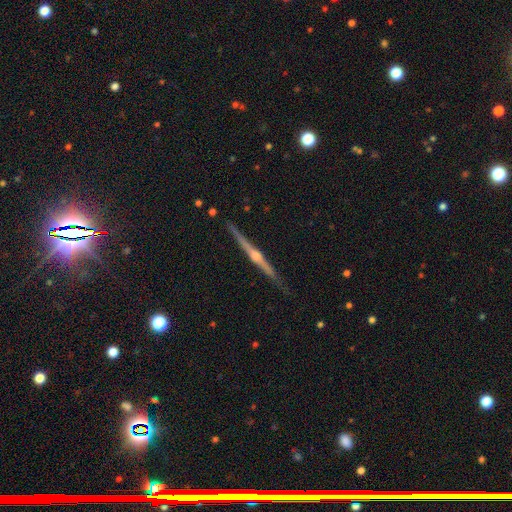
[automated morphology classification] Smooth or featured?
  - featured or disk: 86% *
  - smooth: 9%
  - star or artifact: 5%
Edge-on disk?
  - yes: 99% *
  - no: 1%
Edge-on bulge?
  - rounded: 88% *
  - none: 7%
  - boxy: 5%
Merging?
  - none: 89% *
  - minor disturbance: 8%
  - major disturbance: 1%
  - merger: 1%